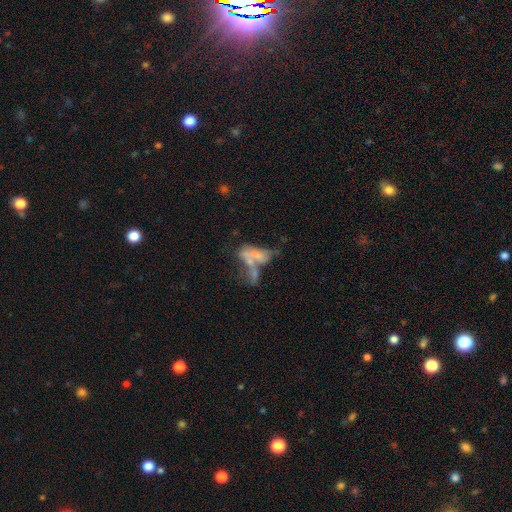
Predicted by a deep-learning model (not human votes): Smooth or featured: smooth — 46% (featured or disk — 41%)
Merging: merger — 58% (major disturbance — 17%)